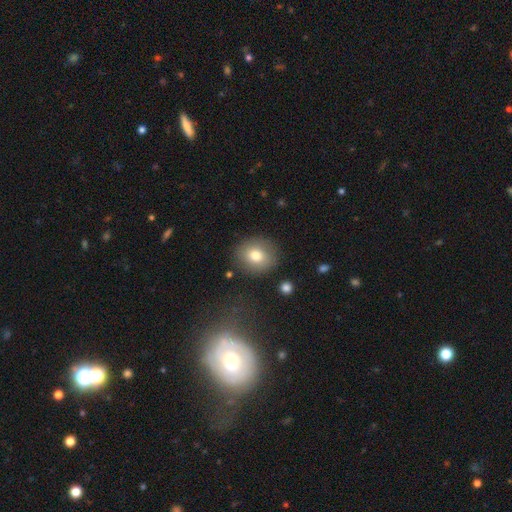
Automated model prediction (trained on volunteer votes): Smooth or featured? smooth (78%)
How rounded? round (72%)
Merging? none (84%)